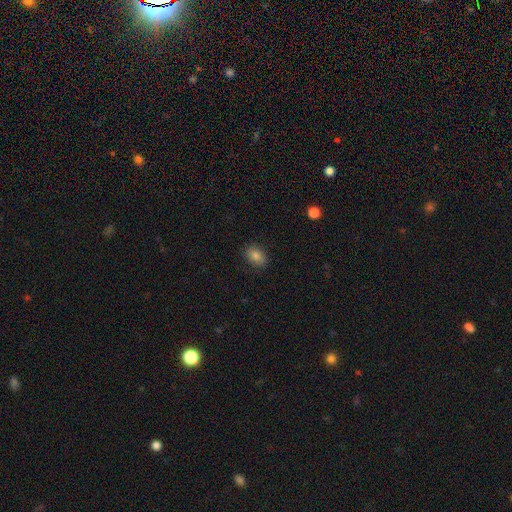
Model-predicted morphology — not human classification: The model was most divided on "how rounded": in between: 78%, round: 21%, cigar-shaped: 1%. More confident: merging — none (87%); smooth or featured — smooth (83%).